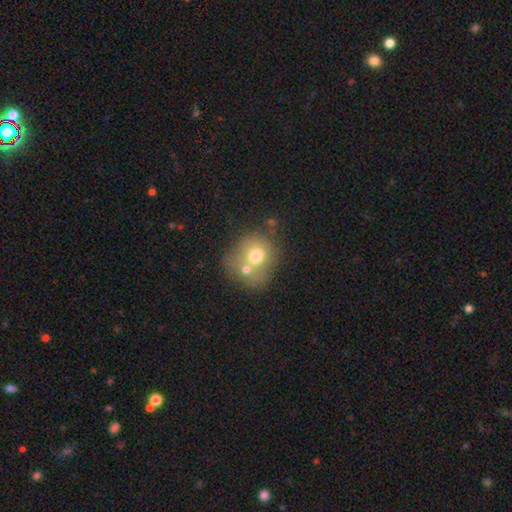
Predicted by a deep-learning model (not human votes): A smooth galaxy with no disk features (65%) that is round (73%). Merging: merger (46%).